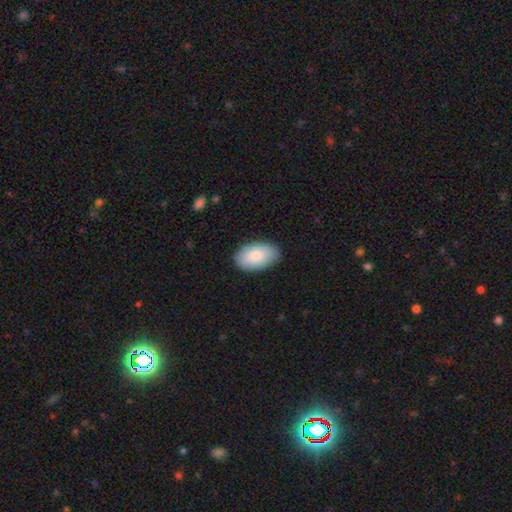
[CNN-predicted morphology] Smooth or featured? smooth (84%)
How rounded? in between (94%)
Merging? none (85%)